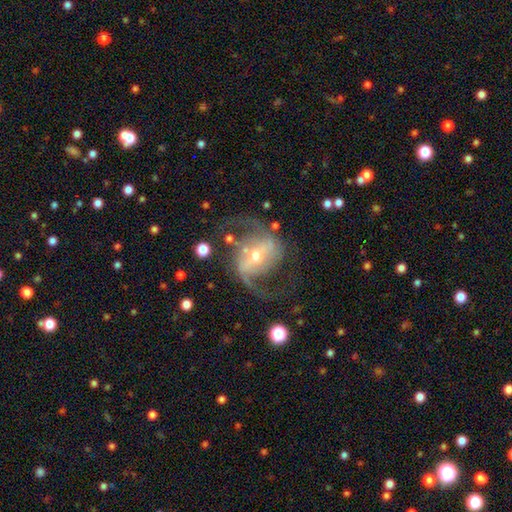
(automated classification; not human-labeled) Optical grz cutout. It shows a featured or disk galaxy (90%) with a strong bar (49%), 2 (92%) medium (47%) spiral arms (96%) and a small central bulge (49%). Merging: none (69%).